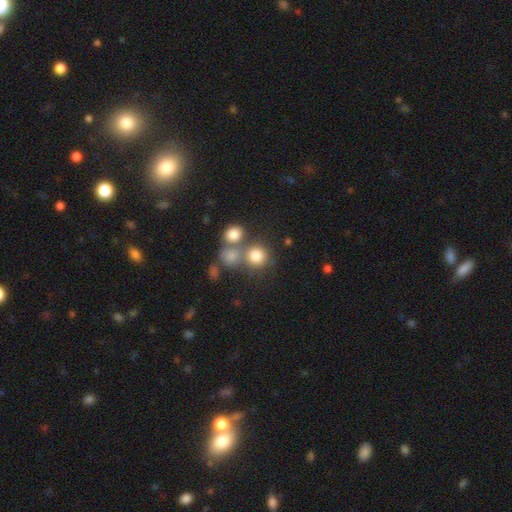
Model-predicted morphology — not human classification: This is likely a smooth galaxy (78%). How rounded: clearly round (87%). Merging: possibly none (52%).